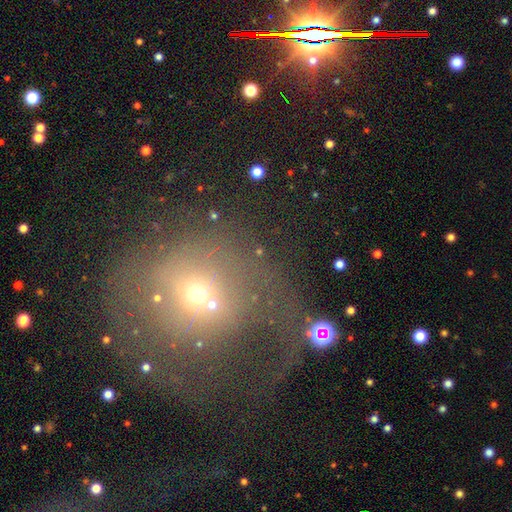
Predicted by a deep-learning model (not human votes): Overall: smooth (40%; star or artifact 35%). Merging: none (41%; major disturbance 33%).